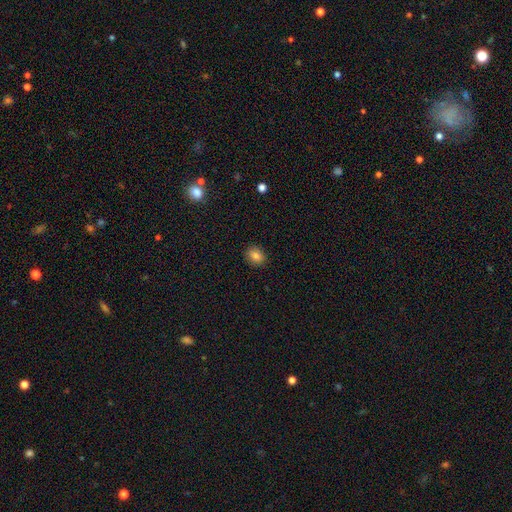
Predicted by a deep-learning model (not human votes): smooth 82%, star or artifact 11%, featured or disk 7%. Down the decision tree: how rounded — round (55%); merging — none (90%).